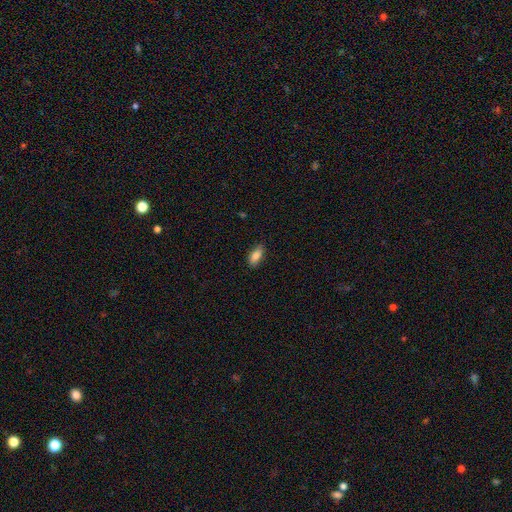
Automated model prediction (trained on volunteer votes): The model was most divided on "merging": none: 83%, minor disturbance: 13%, major disturbance: 2%, merger: 1%. More confident: how rounded — in between (87%); smooth or featured — smooth (84%).